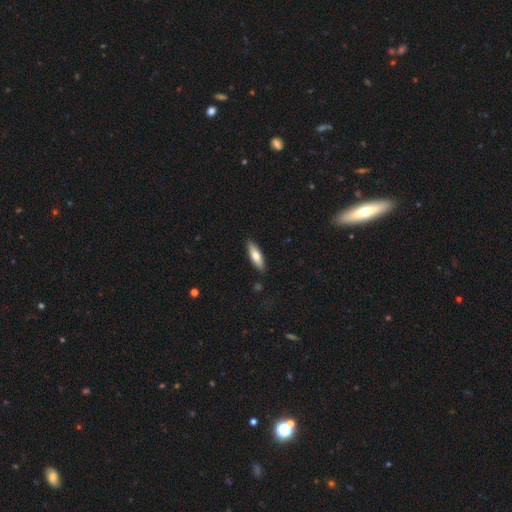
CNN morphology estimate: This is likely a smooth galaxy (68%). How rounded: possibly cigar-shaped (53%). Merging: clearly none (88%).